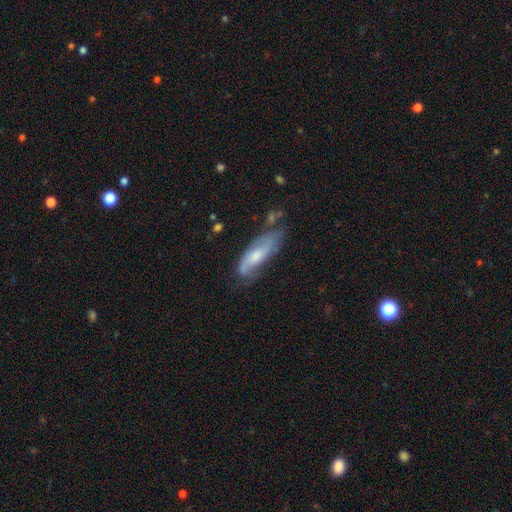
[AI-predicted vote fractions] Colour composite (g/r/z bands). It shows a featured or disk galaxy (53%). Merging: none (52%).